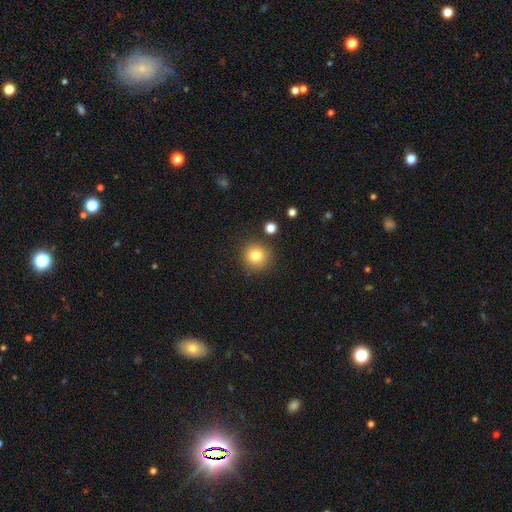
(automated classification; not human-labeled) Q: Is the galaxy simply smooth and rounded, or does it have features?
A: smooth — 82%.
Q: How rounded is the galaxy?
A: round — 91%.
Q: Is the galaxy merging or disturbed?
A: none — 86%.